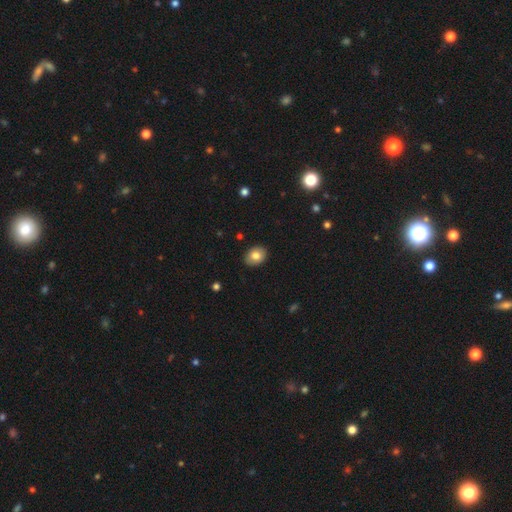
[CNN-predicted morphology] A smooth galaxy with no disk features (80%) that is in between round and cigar-shaped (65%). Merging: none (88%).